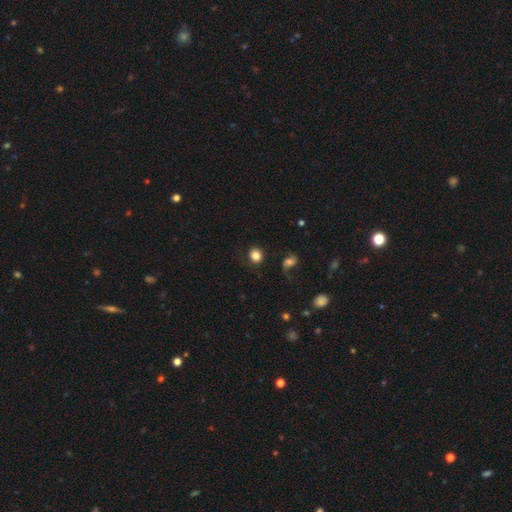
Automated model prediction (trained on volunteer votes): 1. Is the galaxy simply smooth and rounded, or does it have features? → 83% smooth, 10% star or artifact, 7% featured or disk.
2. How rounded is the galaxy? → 74% round, 25% in between, 1% cigar-shaped.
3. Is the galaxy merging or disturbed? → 81% none, 11% minor disturbance, 5% major disturbance, 3% merger.